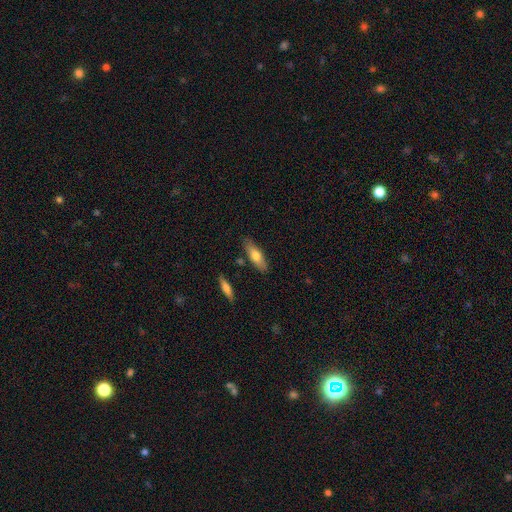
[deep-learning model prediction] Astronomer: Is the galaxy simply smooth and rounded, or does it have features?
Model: smooth — 66%.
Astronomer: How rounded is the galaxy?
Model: in between — 52% (runner-up: cigar-shaped, 46%).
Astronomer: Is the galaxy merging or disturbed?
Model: none — 81%.